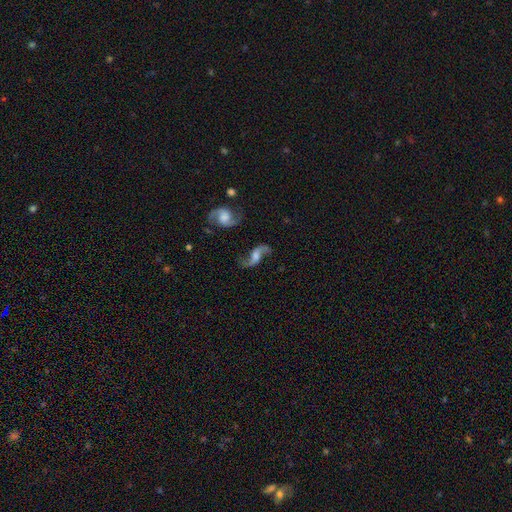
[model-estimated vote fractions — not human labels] A featured or disk galaxy (86%) with a weak bar (43%), 2 (93%) loose (79%) spiral arms (96%) and a moderate central bulge (39%). Merging: none (73%).